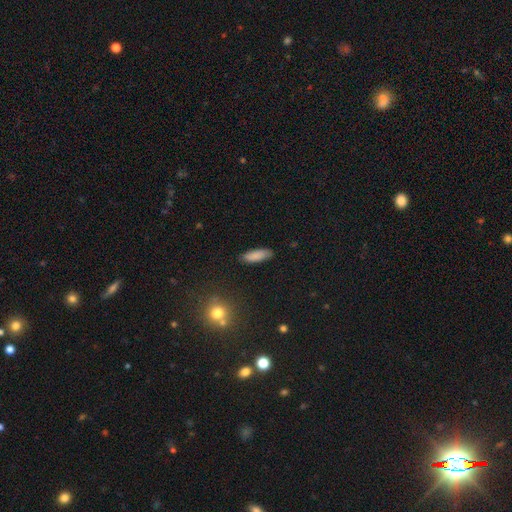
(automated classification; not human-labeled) Morphology: type=smooth (85%); roundness=in between (52%); merging=none (85%).